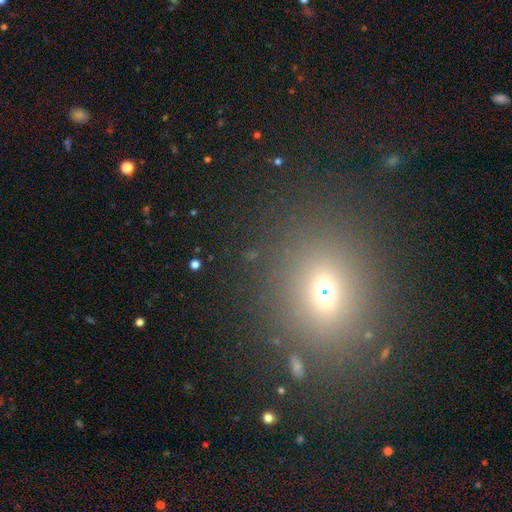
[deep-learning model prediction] Q: Smooth or featured?
A: smooth (53%); runner-up: star or artifact (34%)
Q: How rounded?
A: in between (49%); runner-up: round (48%)
Q: Merging?
A: none (75%); runner-up: merger (10%)